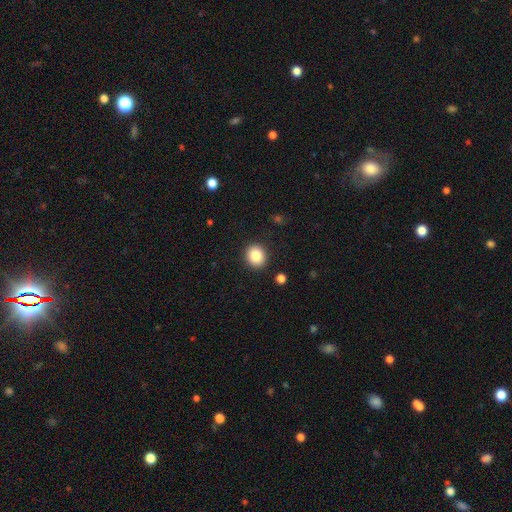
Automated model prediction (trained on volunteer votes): smooth-or-featured: smooth: 85% | star or artifact: 9% | featured or disk: 6%
  how-rounded: round: 80% | in between: 20% | cigar-shaped: 1%
  merging: none: 90% | minor disturbance: 6% | major disturbance: 2% | merger: 1%